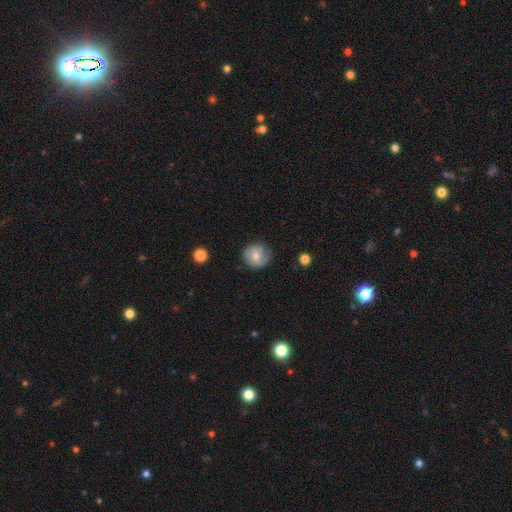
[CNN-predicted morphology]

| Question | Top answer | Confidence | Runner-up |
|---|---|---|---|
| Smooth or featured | smooth | 48% | featured or disk (44%) |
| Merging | none | 74% | minor disturbance (20%) |